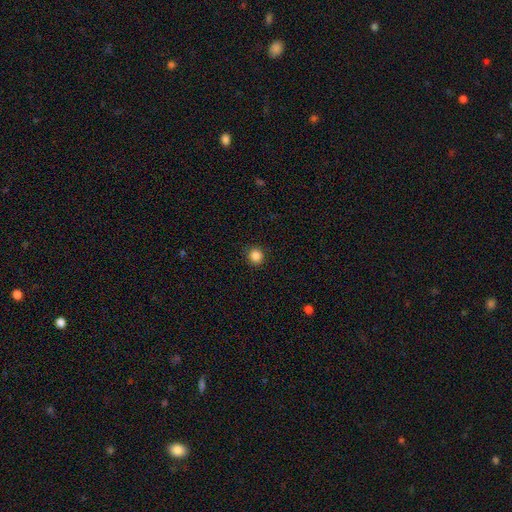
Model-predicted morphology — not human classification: Smooth or featured: smooth — 86% (star or artifact — 11%)
How rounded: round — 92% (in between — 7%)
Merging: none — 91% (minor disturbance — 6%)